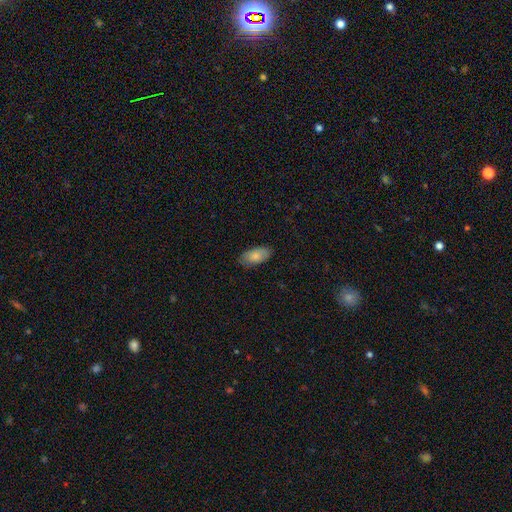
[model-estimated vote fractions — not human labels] This appears to be a smooth galaxy with no disk features (82%) that is in between round and cigar-shaped (93%). Merging: none (83%).